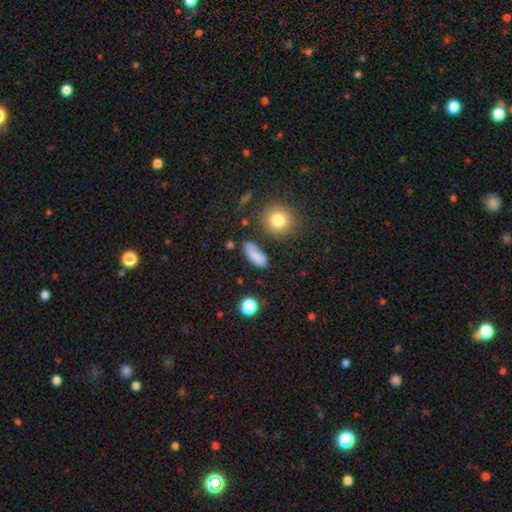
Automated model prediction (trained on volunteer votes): smooth-or-featured: smooth: 77% | star or artifact: 12% | featured or disk: 12%
  how-rounded: in between: 65% | cigar-shaped: 28% | round: 7%
  merging: none: 62% | minor disturbance: 22% | major disturbance: 9% | merger: 8%